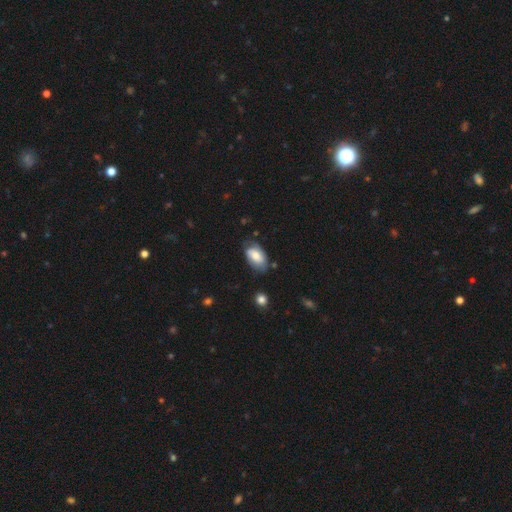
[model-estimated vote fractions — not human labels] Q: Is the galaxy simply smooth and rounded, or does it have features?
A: smooth — 64%.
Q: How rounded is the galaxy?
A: in between — 93%.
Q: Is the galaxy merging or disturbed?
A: none — 59%.